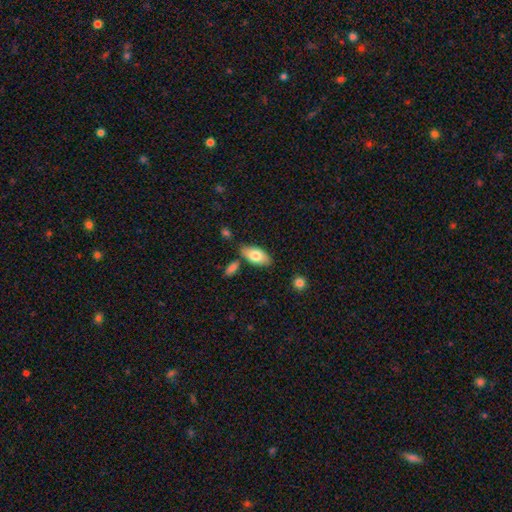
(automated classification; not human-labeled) Smooth or featured?
  - smooth: 77% *
  - featured or disk: 17%
  - star or artifact: 6%
How rounded?
  - in between: 92% *
  - cigar-shaped: 5%
  - round: 3%
Merging?
  - none: 76% *
  - minor disturbance: 13%
  - merger: 8%
  - major disturbance: 3%